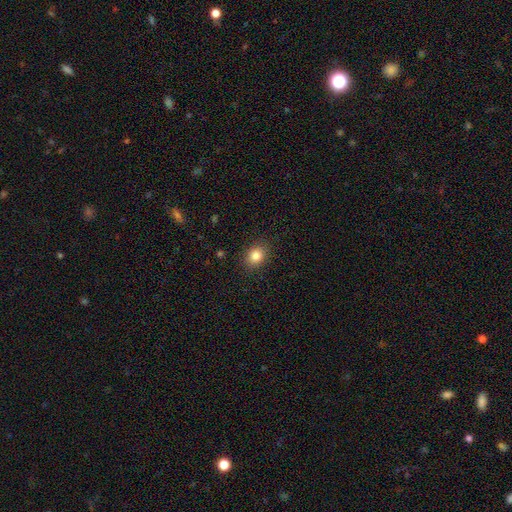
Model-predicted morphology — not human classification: The model was most divided on "how rounded": round: 55%, in between: 44%, cigar-shaped: 1%. More confident: merging — none (88%); smooth or featured — smooth (83%).